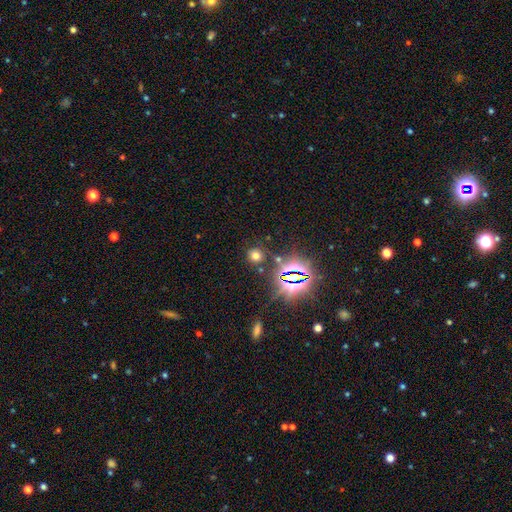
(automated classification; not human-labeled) Smooth or featured? Predicted: smooth (p=0.60). How rounded? Predicted: round (p=0.86). Merging? Predicted: none (p=0.82).